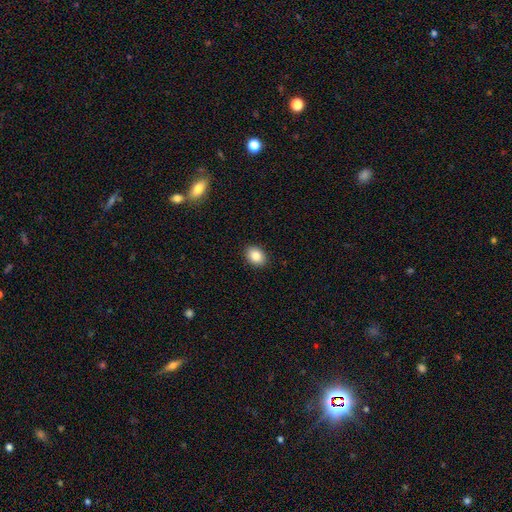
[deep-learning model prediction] Smooth or featured: smooth — 85% (star or artifact — 8%)
How rounded: in between — 67% (round — 32%)
Merging: none — 91% (minor disturbance — 7%)